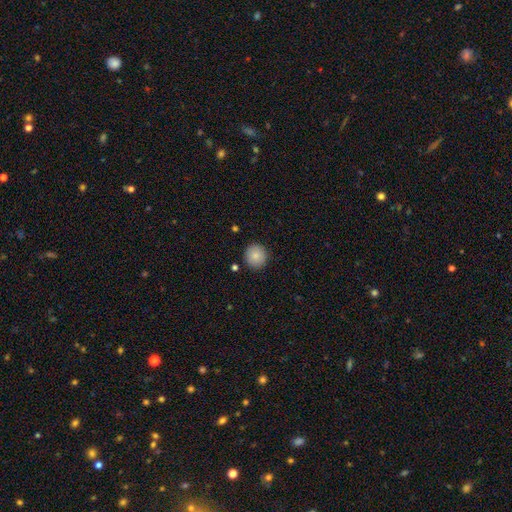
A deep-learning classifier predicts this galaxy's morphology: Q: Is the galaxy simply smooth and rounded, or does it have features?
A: smooth — 85%.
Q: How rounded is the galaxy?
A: round — 90%.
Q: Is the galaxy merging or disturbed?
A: none — 89%.